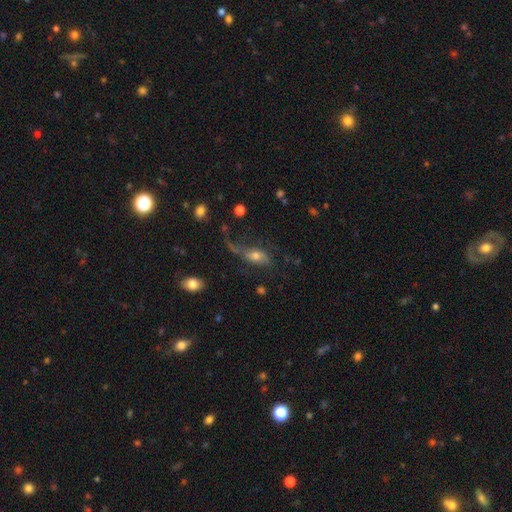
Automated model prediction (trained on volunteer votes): This is possibly a featured or disk galaxy (52%). It is clearly not viewed edge-on (86%). Merging: marginally major disturbance (39%).